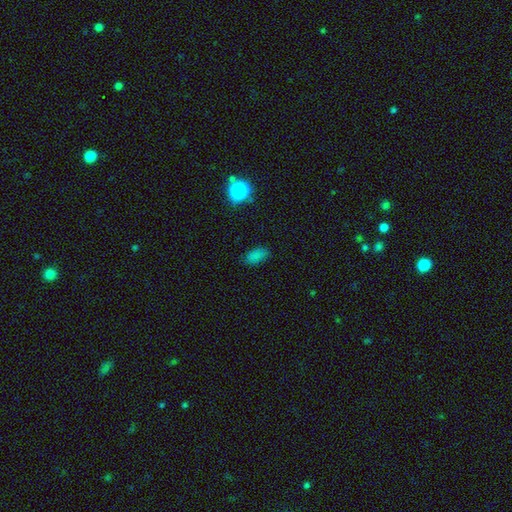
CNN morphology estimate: Smooth or featured? smooth (79%)
How rounded? in between (91%)
Merging? none (82%)